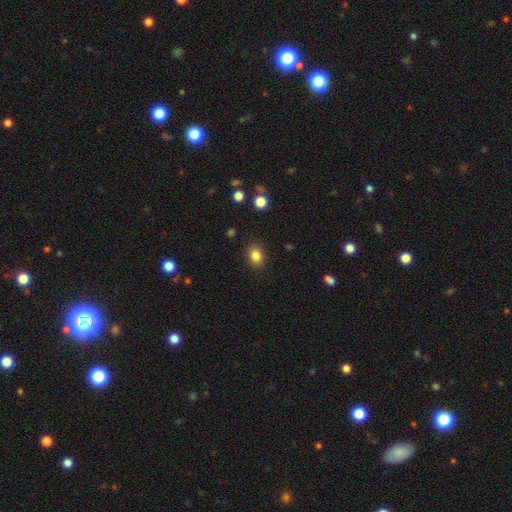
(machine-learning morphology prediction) A smooth galaxy with no disk features (84%) that is in between round and cigar-shaped (55%). Merging: none (87%).